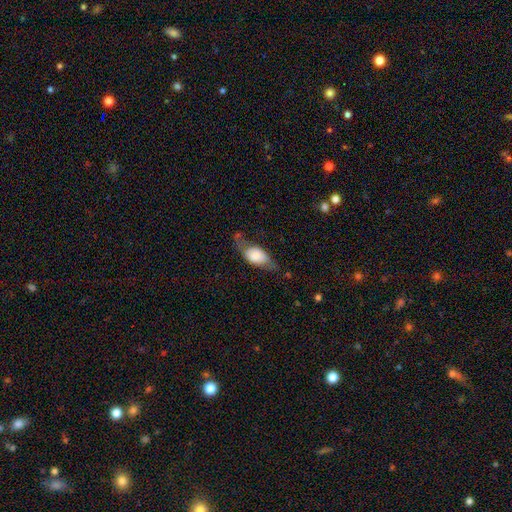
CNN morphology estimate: Overall: smooth (56%; featured or disk 37%). How rounded: in between (83%). Merging: none (49%; minor disturbance 28%).